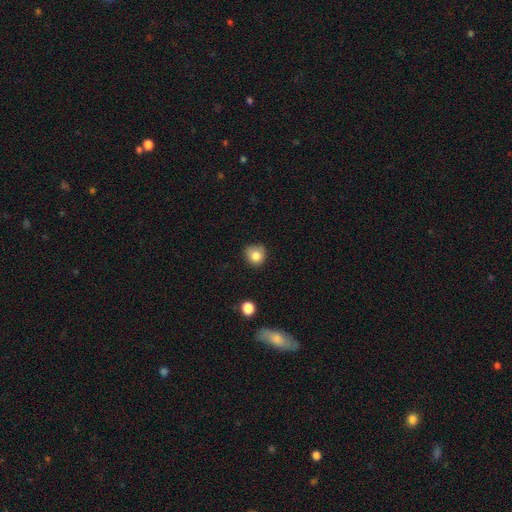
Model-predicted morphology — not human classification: smooth-or-featured: smooth: 82% | star or artifact: 11% | featured or disk: 7%
  how-rounded: round: 89% | in between: 10% | cigar-shaped: 1%
  merging: none: 75% | minor disturbance: 19% | major disturbance: 4% | merger: 2%